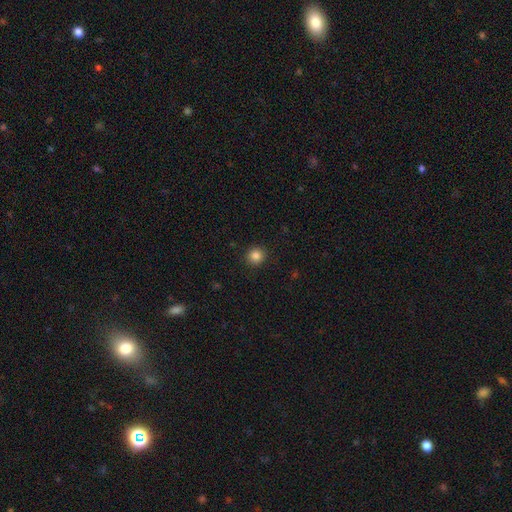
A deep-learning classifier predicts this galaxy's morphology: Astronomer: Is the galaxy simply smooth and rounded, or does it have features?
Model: smooth — 84%.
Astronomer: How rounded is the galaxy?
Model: round — 93%.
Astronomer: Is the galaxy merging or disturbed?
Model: none — 92%.